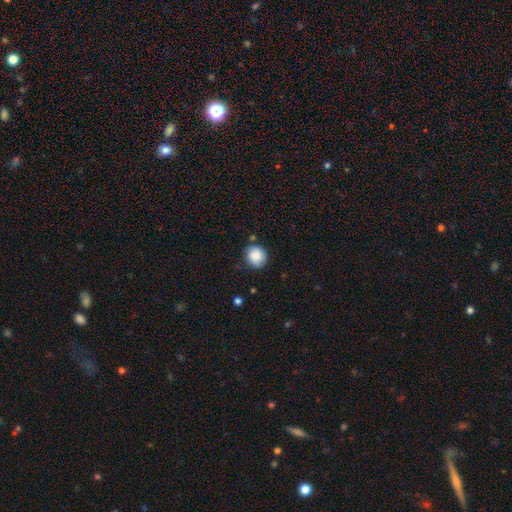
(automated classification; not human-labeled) smooth-or-featured: smooth: 85% | star or artifact: 8% | featured or disk: 7%
  how-rounded: round: 81% | in between: 18% | cigar-shaped: 1%
  merging: none: 79% | minor disturbance: 14% | merger: 3% | major disturbance: 3%